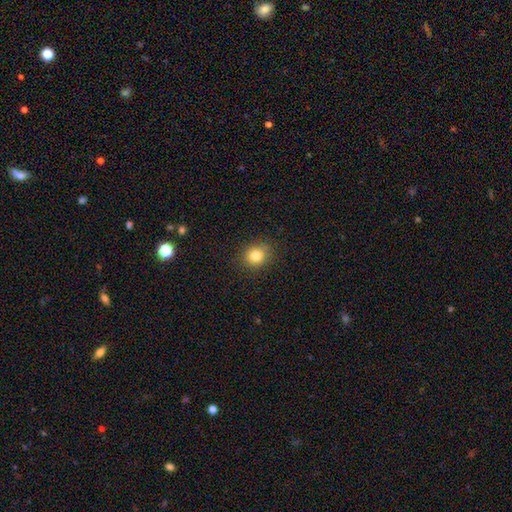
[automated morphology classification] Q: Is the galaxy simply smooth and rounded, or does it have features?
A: smooth — 82%.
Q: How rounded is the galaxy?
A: round — 77%.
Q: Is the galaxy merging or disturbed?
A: none — 88%.